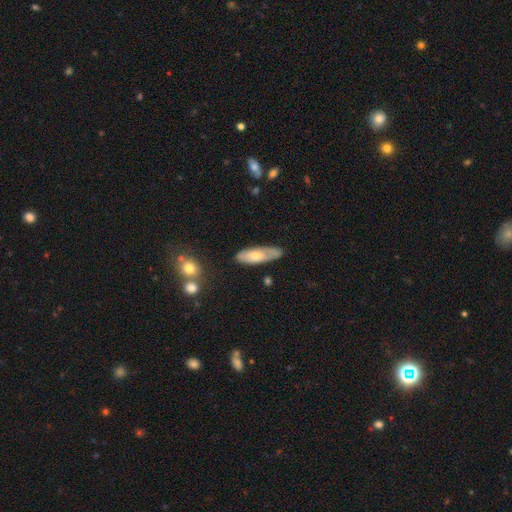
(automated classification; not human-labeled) The model was most divided on "how rounded": in between: 55%, cigar-shaped: 43%, round: 2%. More confident: merging — none (66%); smooth or featured — smooth (59%).